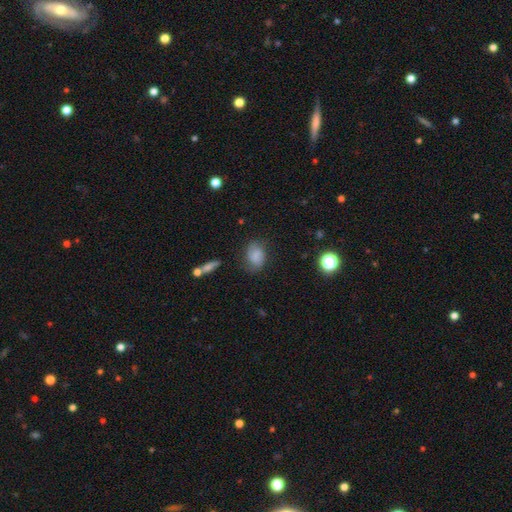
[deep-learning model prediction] Overall: smooth (64%; featured or disk 25%). How rounded: in between (71%). Merging: none (63%; minor disturbance 25%).